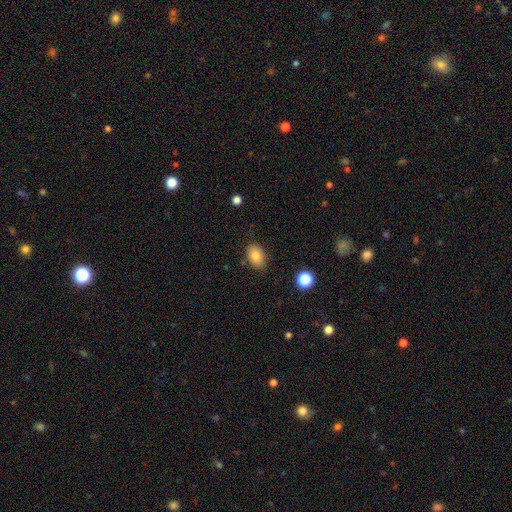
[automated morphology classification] A smooth galaxy with no disk features (82%) that is in between round and cigar-shaped (85%). Merging: none (82%).